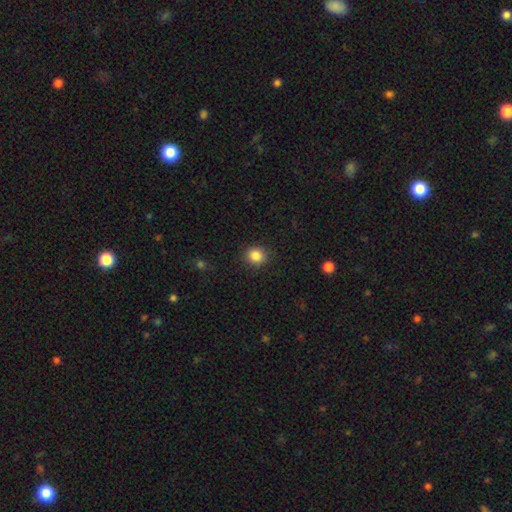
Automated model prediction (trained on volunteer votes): The model was most divided on "how rounded": round: 84%, in between: 15%, cigar-shaped: 1%. More confident: merging — none (90%); smooth or featured — smooth (86%).